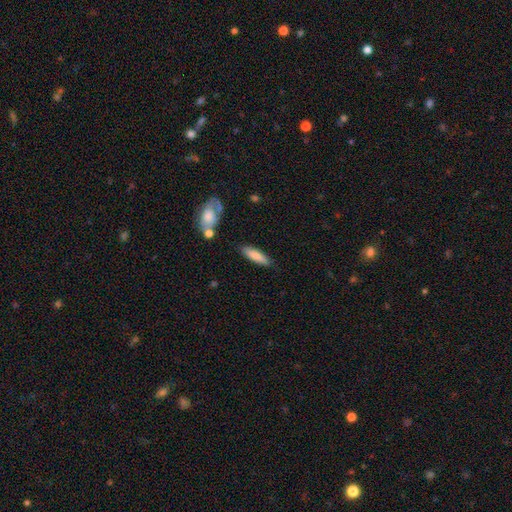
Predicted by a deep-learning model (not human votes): smooth-or-featured: smooth: 80% | featured or disk: 14% | star or artifact: 6%
  how-rounded: cigar-shaped: 64% | in between: 34% | round: 2%
  merging: none: 84% | minor disturbance: 11% | merger: 3% | major disturbance: 3%